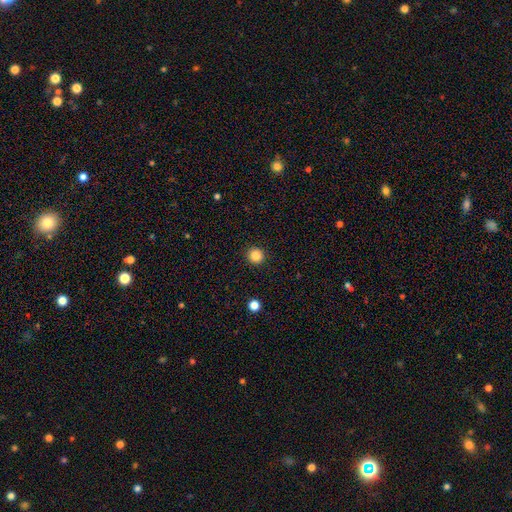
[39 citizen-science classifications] Smooth or featured? smooth (87%)
How rounded? round (100%)
Merging? none (89%)